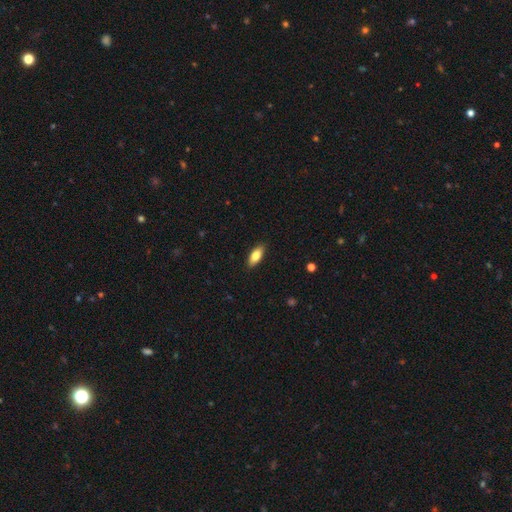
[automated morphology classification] Smooth or featured?
  - smooth: 80% *
  - featured or disk: 14%
  - star or artifact: 6%
How rounded?
  - in between: 81% *
  - cigar-shaped: 17%
  - round: 2%
Merging?
  - none: 89% *
  - minor disturbance: 8%
  - major disturbance: 2%
  - merger: 1%